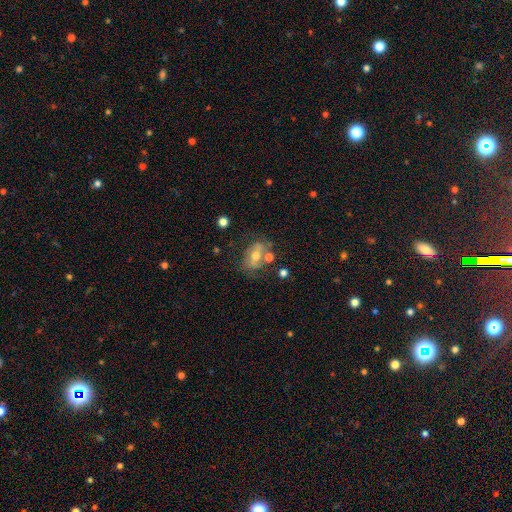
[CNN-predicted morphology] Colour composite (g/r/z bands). It shows a featured or disk galaxy (51%). Merging: none (54%).